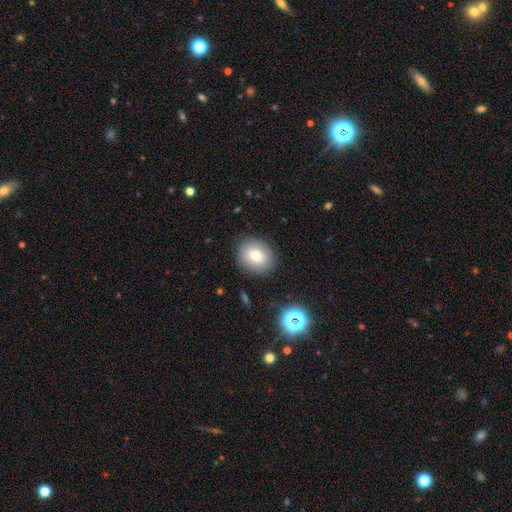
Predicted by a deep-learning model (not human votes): A smooth galaxy with no disk features (78%) that is round (54%). Merging: none (86%).